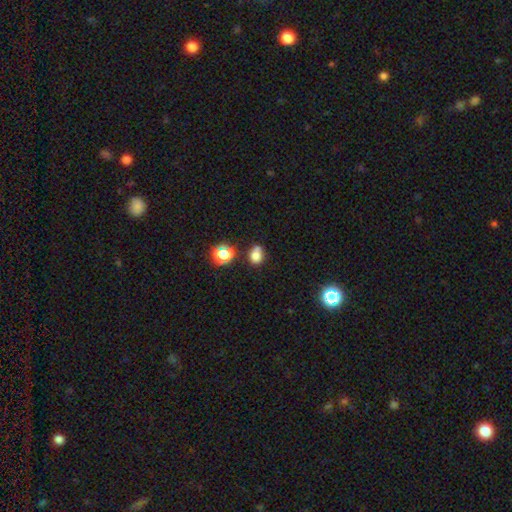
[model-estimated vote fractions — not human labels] Morphology: type=smooth (77%); roundness=round (64%); merging=none (51%).